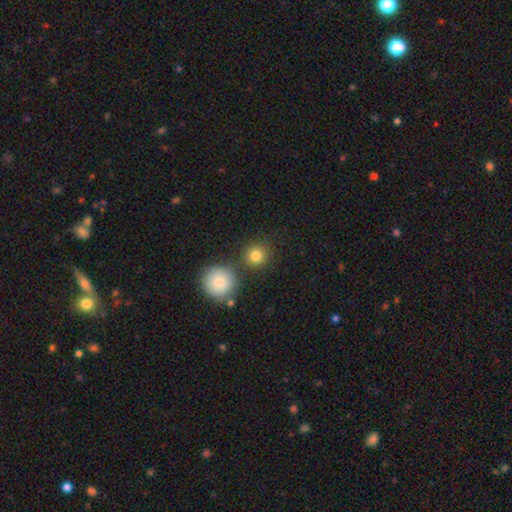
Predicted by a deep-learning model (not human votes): smooth-or-featured: smooth: 81% | star or artifact: 12% | featured or disk: 7%
  how-rounded: round: 91% | in between: 8% | cigar-shaped: 1%
  merging: none: 78% | merger: 12% | minor disturbance: 8% | major disturbance: 3%